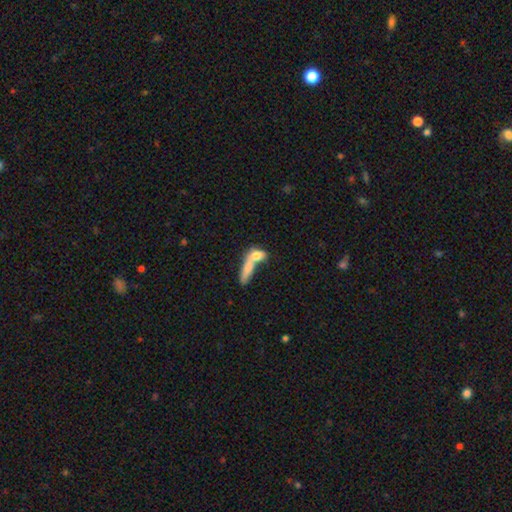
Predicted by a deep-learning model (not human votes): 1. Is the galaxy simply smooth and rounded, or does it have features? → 71% smooth, 20% featured or disk, 8% star or artifact.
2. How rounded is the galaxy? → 53% in between, 33% cigar-shaped, 14% round.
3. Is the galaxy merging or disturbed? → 61% merger, 23% none, 8% minor disturbance, 8% major disturbance.